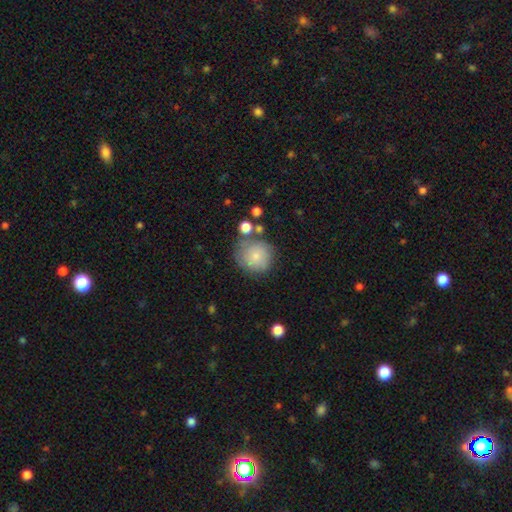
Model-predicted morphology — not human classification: type=smooth (79%); roundness=round (89%); merging=none (64%).